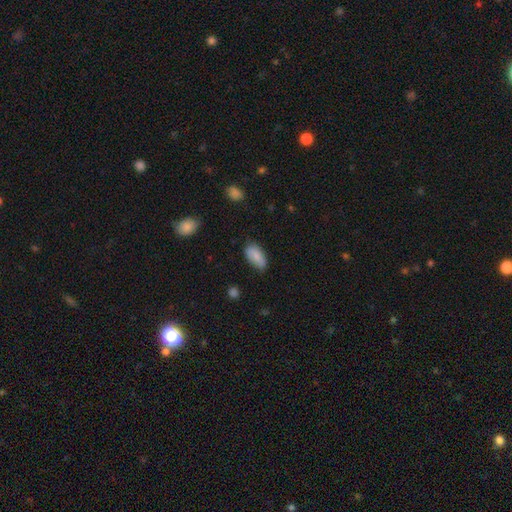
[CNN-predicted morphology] Smooth or featured? Predicted: smooth (p=0.83). How rounded? Predicted: in between (p=0.92). Merging? Predicted: none (p=0.70).